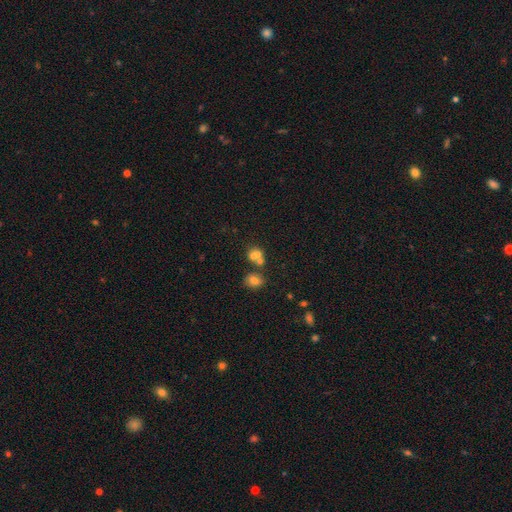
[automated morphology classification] This is likely a smooth galaxy (64%). How rounded: likely round (66%). Merging: possibly merger (53%).